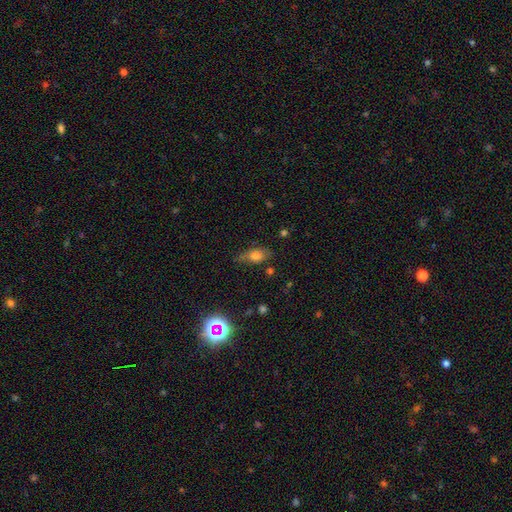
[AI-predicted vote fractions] A smooth galaxy with no disk features (72%) that is in between round and cigar-shaped (80%). Merging: none (59%).